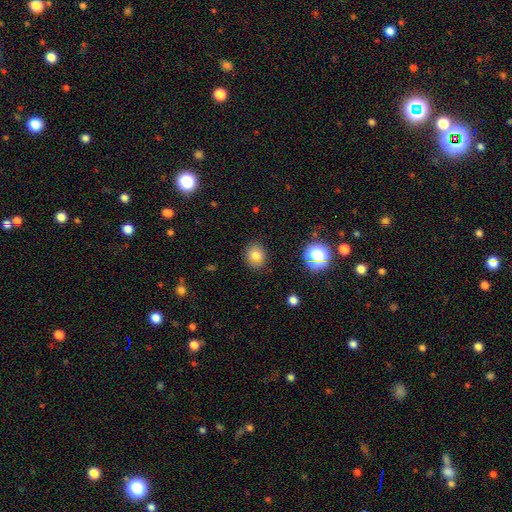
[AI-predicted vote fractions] Overall: smooth (75%). How rounded: round (76%). Merging: none (83%).